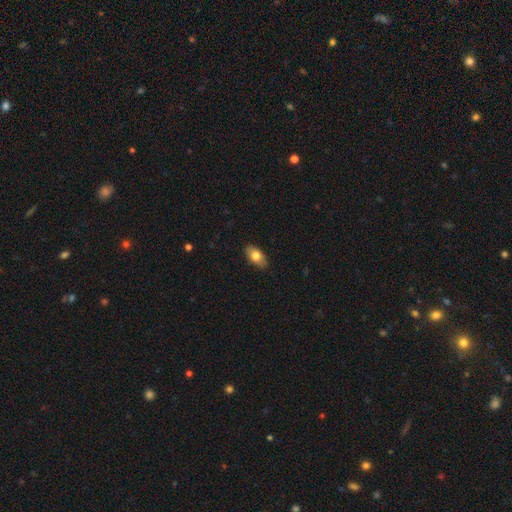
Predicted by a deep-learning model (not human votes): Smooth or featured: smooth — 77% (featured or disk — 17%)
How rounded: in between — 92% (round — 5%)
Merging: none — 87% (minor disturbance — 10%)